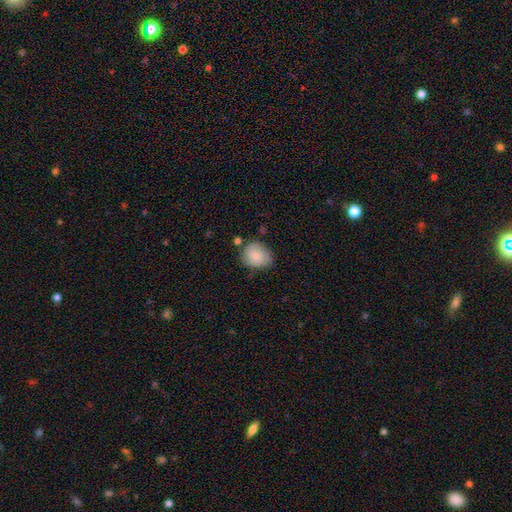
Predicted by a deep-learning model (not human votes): Smooth or featured? smooth (79%)
How rounded? round (55%)
Merging? none (61%)